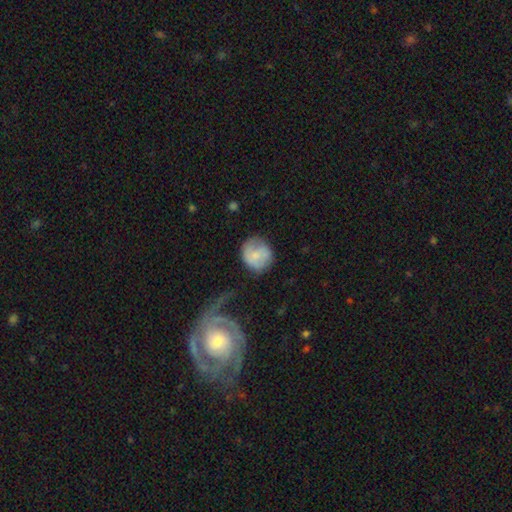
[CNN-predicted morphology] Smooth or featured? smooth (68%)
How rounded? round (84%)
Merging? none (63%)